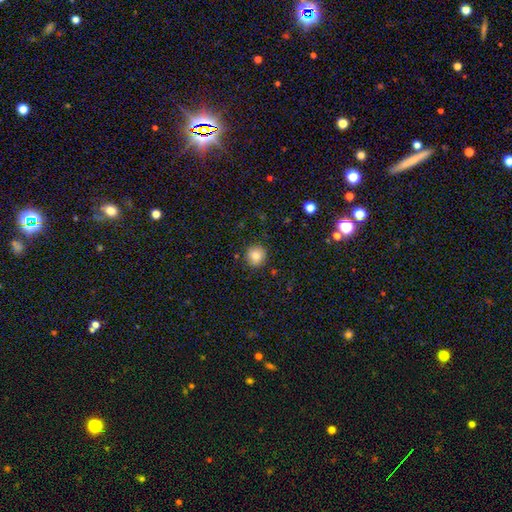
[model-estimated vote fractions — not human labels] smooth 83%, star or artifact 10%, featured or disk 6%. Down the decision tree: how rounded — round (91%); merging — none (88%).